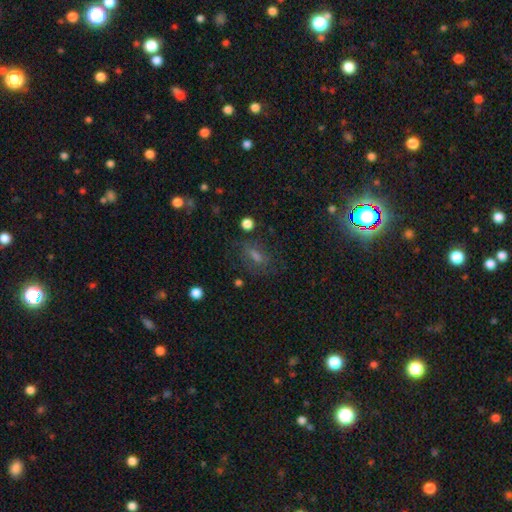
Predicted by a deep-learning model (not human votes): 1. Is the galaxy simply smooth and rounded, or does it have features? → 39% star or artifact, 37% smooth, 24% featured or disk.